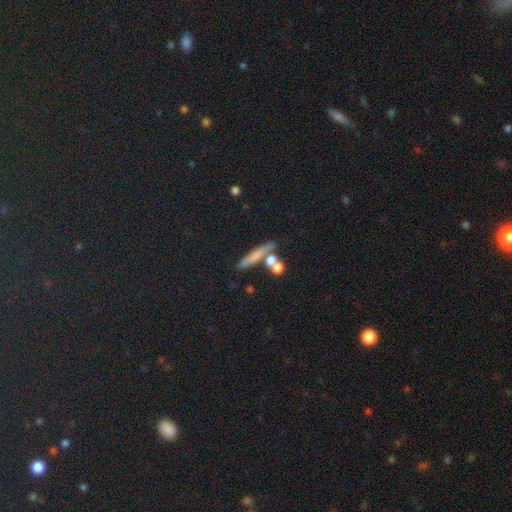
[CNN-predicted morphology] smooth-or-featured: smooth: 63% | featured or disk: 24% | star or artifact: 14%
  how-rounded: cigar-shaped: 75% | in between: 14% | round: 11%
  merging: none: 66% | merger: 17% | minor disturbance: 11% | major disturbance: 5%